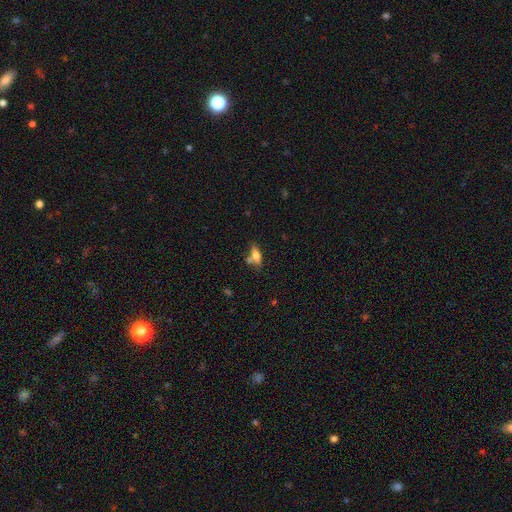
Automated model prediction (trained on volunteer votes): Smooth or featured?
  - smooth: 60% *
  - featured or disk: 31%
  - star or artifact: 9%
How rounded?
  - in between: 64% *
  - cigar-shaped: 31%
  - round: 4%
Merging?
  - none: 57% *
  - merger: 22%
  - minor disturbance: 16%
  - major disturbance: 5%